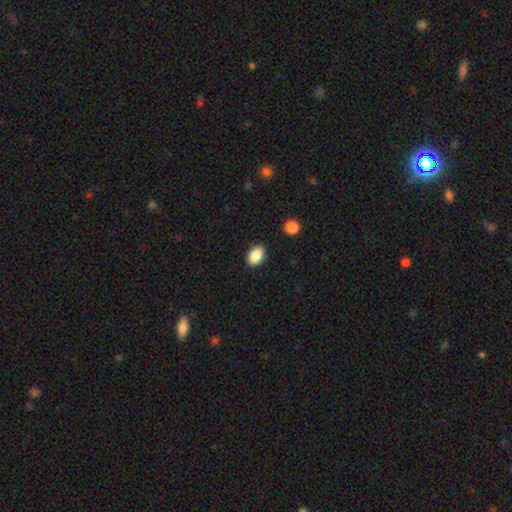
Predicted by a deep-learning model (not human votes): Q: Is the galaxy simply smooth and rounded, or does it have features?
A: smooth — 86%.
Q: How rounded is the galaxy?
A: in between — 89%.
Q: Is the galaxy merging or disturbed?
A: none — 88%.